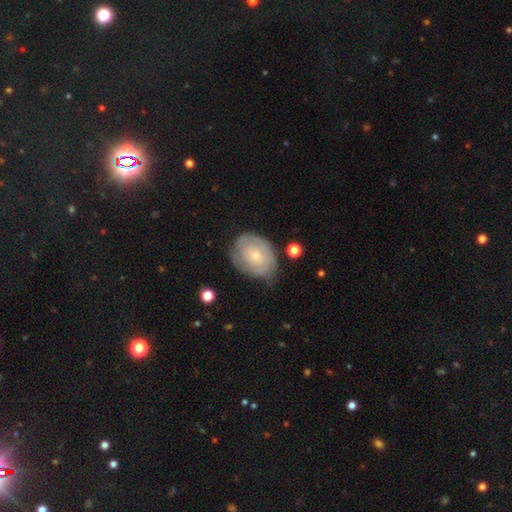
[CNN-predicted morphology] The model was most divided on "smooth or featured": featured or disk: 51%, smooth: 43%, star or artifact: 7%. More confident: edge-on disk — no (96%); merging — none (64%).